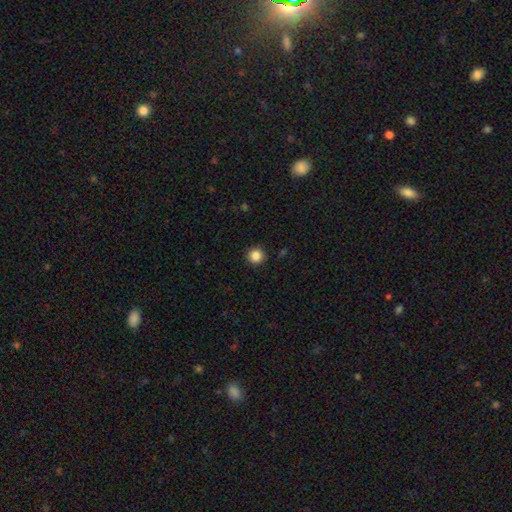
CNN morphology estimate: type=smooth (86%); roundness=round (95%); merging=none (92%).